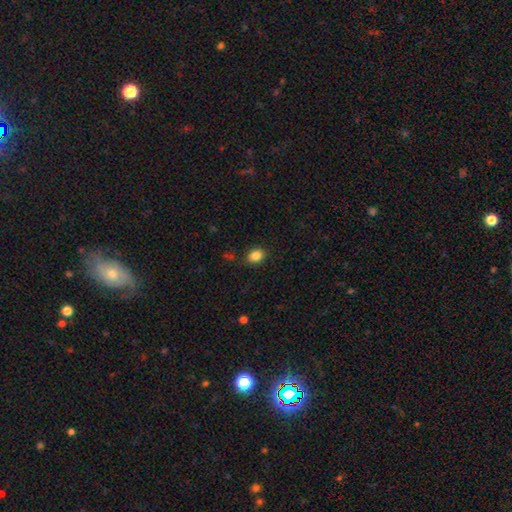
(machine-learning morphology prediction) This is clearly a smooth galaxy (86%). How rounded: likely in between (69%). Merging: clearly none (86%).